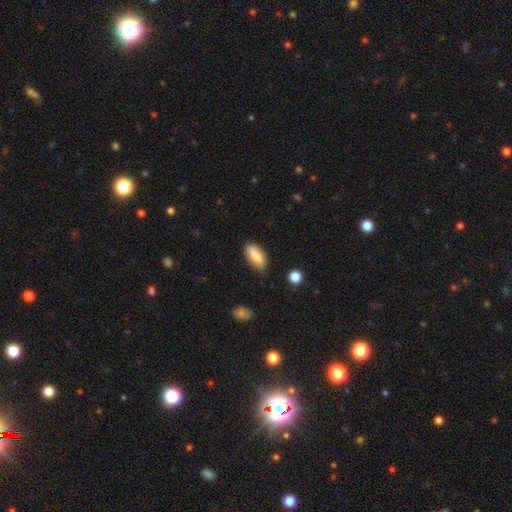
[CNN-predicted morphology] smooth_or_featured: smooth (p=0.75) [alt: featured or disk p=0.18]
how_rounded: in between (p=0.82) [alt: cigar-shaped p=0.15]
merging: none (p=0.70) [alt: minor disturbance p=0.23]